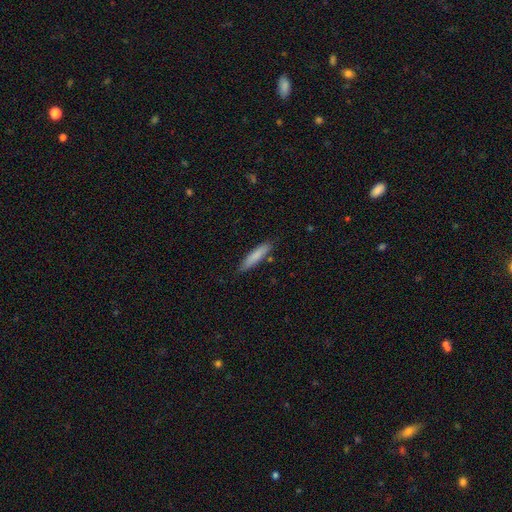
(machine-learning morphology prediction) A smooth galaxy with no disk features (81%) that is cigar-shaped (83%). Merging: none (83%).